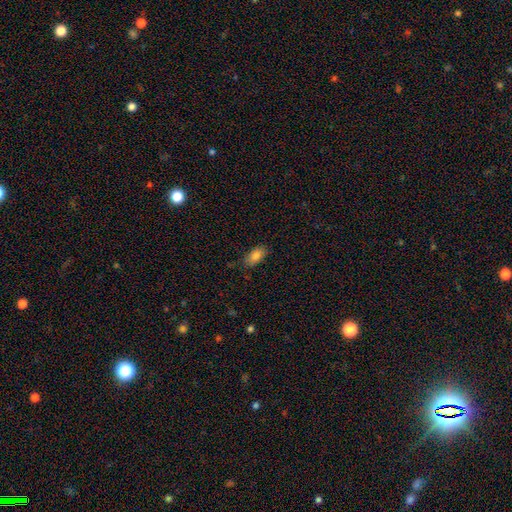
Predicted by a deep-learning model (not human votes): Smooth or featured? Predicted: smooth (p=0.83). How rounded? Predicted: in between (p=0.91). Merging? Predicted: none (p=0.79).